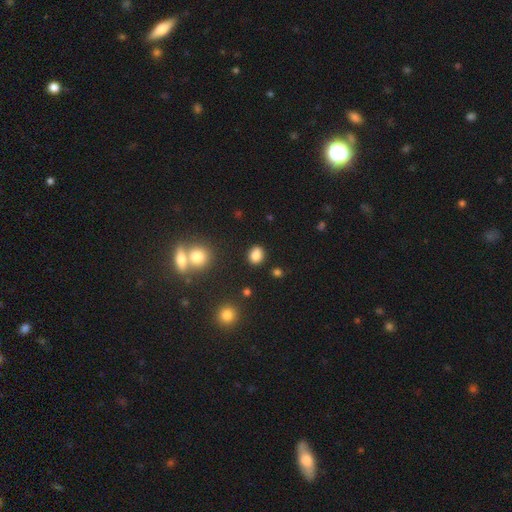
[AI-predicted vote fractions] Smooth or featured? Predicted: smooth (p=0.84). How rounded? Predicted: round (p=0.52). Merging? Predicted: none (p=0.84).